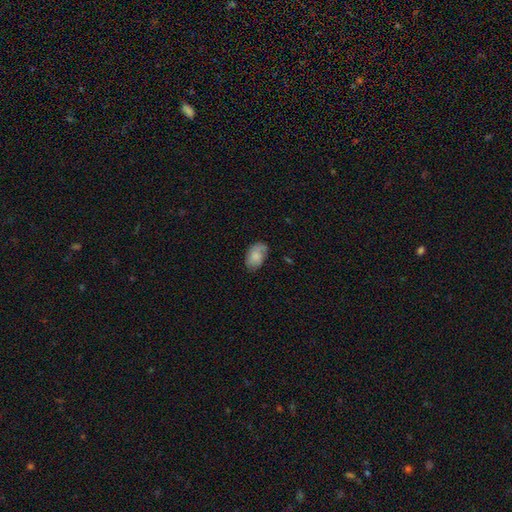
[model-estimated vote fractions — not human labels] Q: Smooth or featured?
A: smooth (73%); runner-up: featured or disk (20%)
Q: How rounded?
A: in between (92%); runner-up: round (7%)
Q: Merging?
A: none (69%); runner-up: minor disturbance (24%)